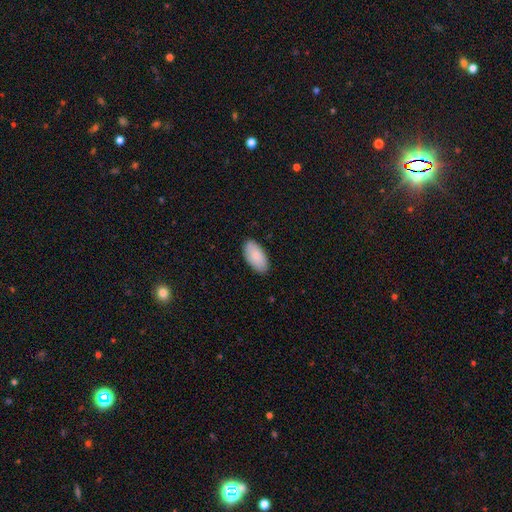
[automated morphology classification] Smooth or featured: smooth — 86% (featured or disk — 8%)
How rounded: in between — 96% (cigar-shaped — 2%)
Merging: none — 86% (minor disturbance — 11%)